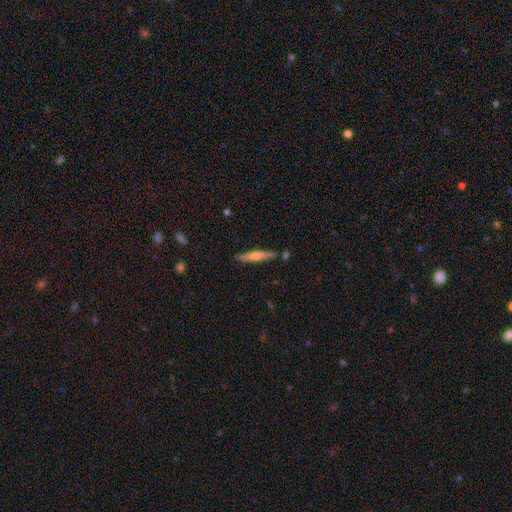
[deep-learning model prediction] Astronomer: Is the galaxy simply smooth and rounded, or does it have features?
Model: featured or disk — 55% (runner-up: smooth, 39%).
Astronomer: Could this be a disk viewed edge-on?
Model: yes — 96%.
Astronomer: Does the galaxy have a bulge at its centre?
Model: rounded — 81%.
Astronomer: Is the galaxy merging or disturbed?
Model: none — 87%.